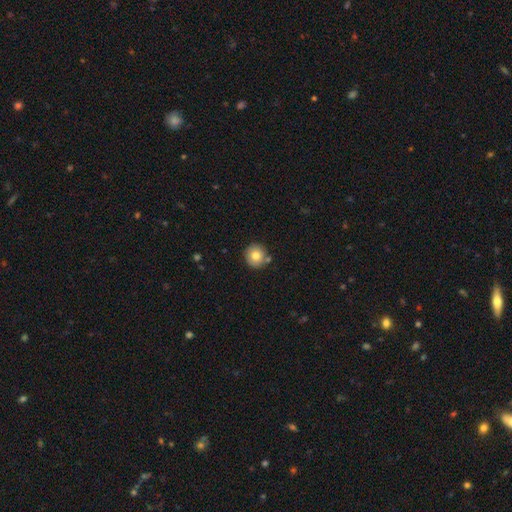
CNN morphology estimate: A smooth galaxy with no disk features (79%) that is round (93%). Merging: none (81%).